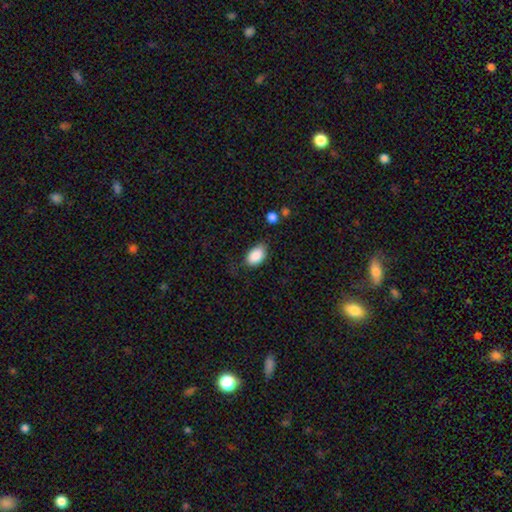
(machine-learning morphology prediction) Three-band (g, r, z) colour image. It shows a smooth galaxy with no disk features (88%) that is in between round and cigar-shaped (90%). Merging: none (67%).